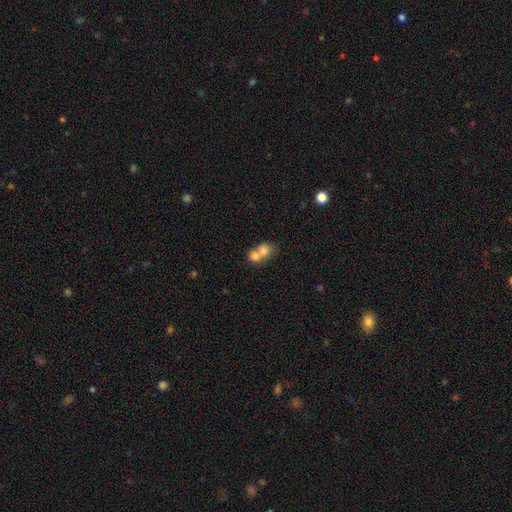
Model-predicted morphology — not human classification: This appears to be a smooth galaxy with no disk features (73%) that is round (61%). Merging: merger (73%).